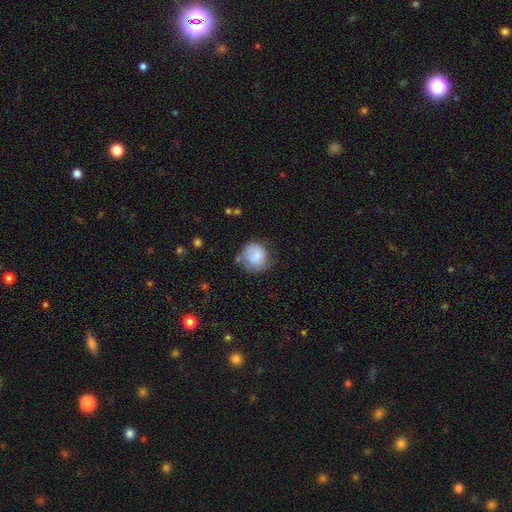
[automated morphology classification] Smooth or featured? smooth (78%)
How rounded? round (86%)
Merging? none (62%)